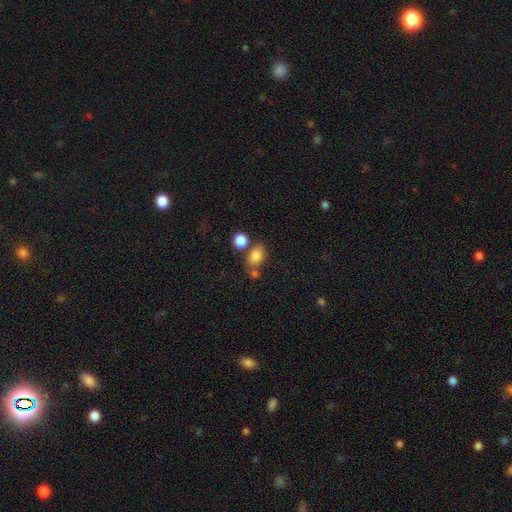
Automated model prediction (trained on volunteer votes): Smooth or featured: smooth — 82% (star or artifact — 11%)
How rounded: in between — 68% (round — 31%)
Merging: none — 61% (merger — 22%)